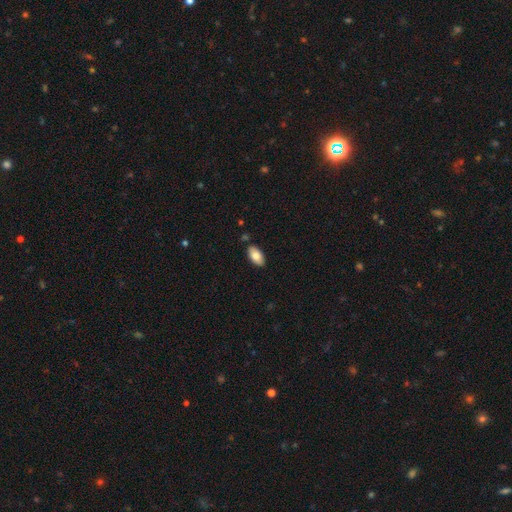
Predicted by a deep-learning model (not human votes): smooth_or_featured: smooth (p=0.81) [alt: featured or disk p=0.12]
how_rounded: in between (p=0.94) [alt: cigar-shaped p=0.03]
merging: none (p=0.86) [alt: minor disturbance p=0.10]